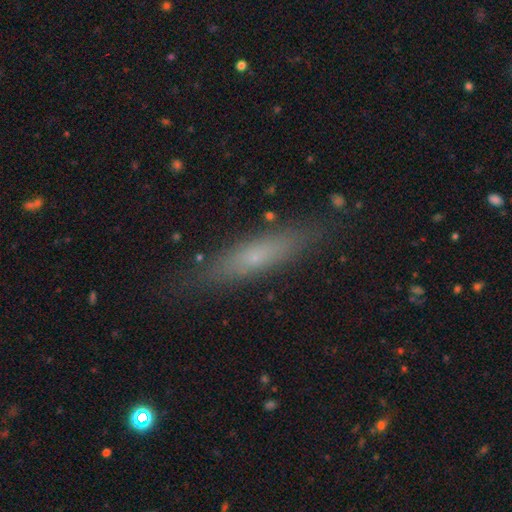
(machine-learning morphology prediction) Smooth or featured? smooth (58%)
How rounded? cigar-shaped (81%)
Merging? none (83%)